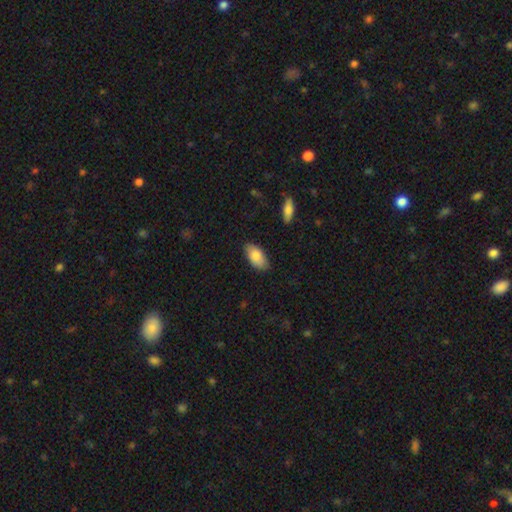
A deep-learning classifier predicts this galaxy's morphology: Smooth or featured: smooth — 84% (featured or disk — 10%)
How rounded: in between — 94% (cigar-shaped — 4%)
Merging: none — 84% (minor disturbance — 13%)